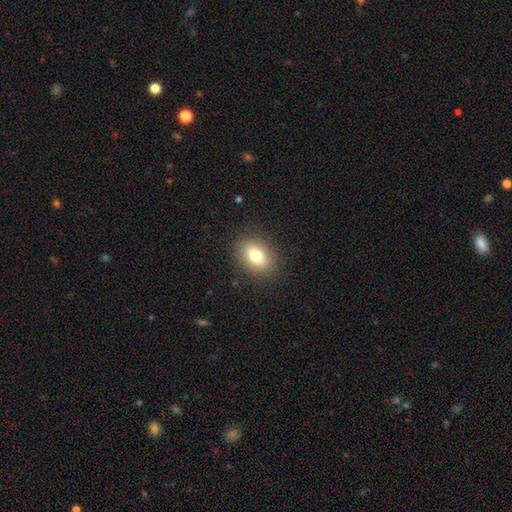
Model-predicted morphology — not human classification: The model was most divided on "how rounded": in between: 78%, round: 20%, cigar-shaped: 2%. More confident: merging — none (87%); smooth or featured — smooth (79%).